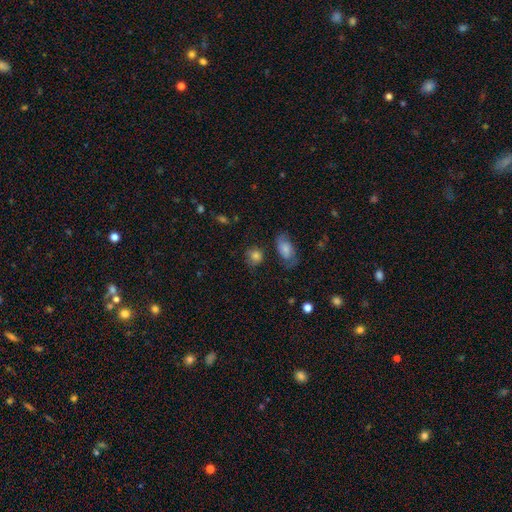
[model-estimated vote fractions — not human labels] This appears to be a smooth galaxy with no disk features (77%) that is round (74%). Merging: none (69%).